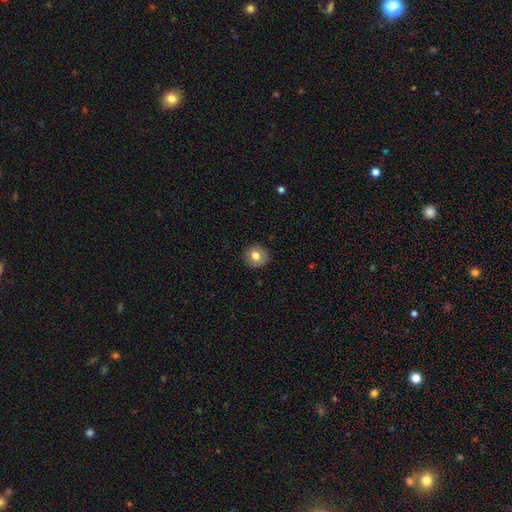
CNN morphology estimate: Smooth or featured?
  - smooth: 79% *
  - featured or disk: 13%
  - star or artifact: 9%
How rounded?
  - round: 86% *
  - in between: 14%
  - cigar-shaped: 1%
Merging?
  - none: 86% *
  - minor disturbance: 10%
  - major disturbance: 2%
  - merger: 1%